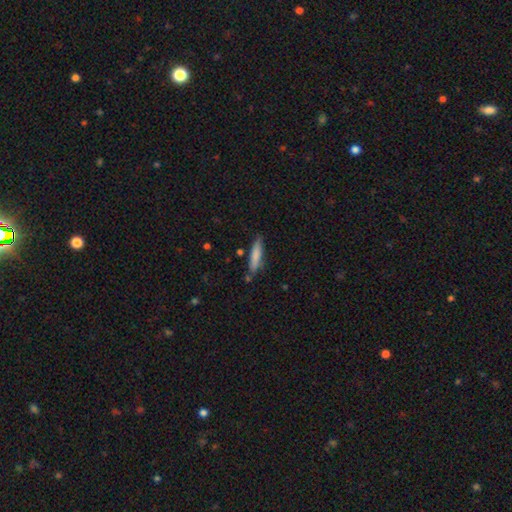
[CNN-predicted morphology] A smooth galaxy with no disk features (78%) that is cigar-shaped (82%). Merging: none (76%).